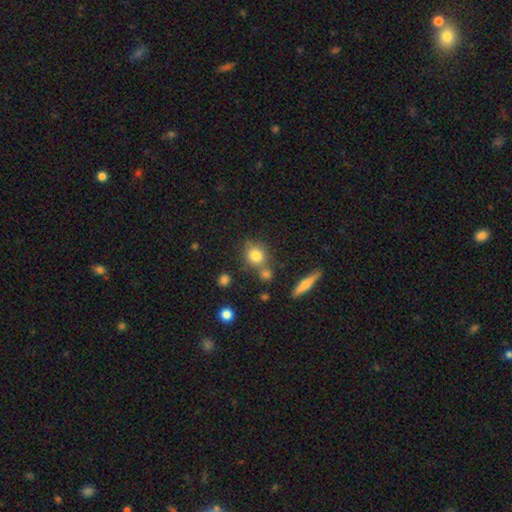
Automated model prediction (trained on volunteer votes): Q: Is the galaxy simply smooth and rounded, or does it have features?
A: smooth — 79%.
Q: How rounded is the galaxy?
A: round — 78%.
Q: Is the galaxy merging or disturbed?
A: none — 65%.